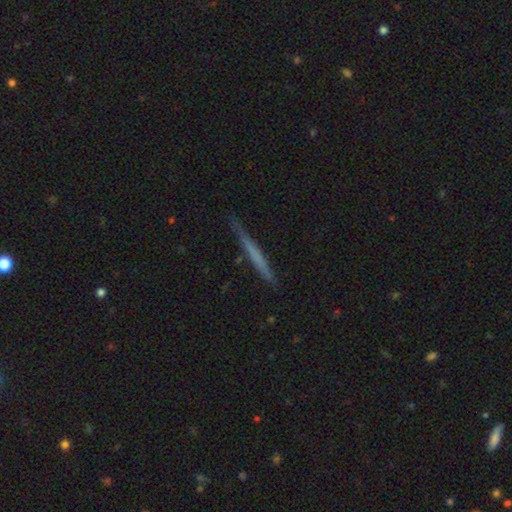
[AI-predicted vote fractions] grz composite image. It shows a smooth galaxy with no disk features (50%) that is cigar-shaped (97%). Merging: none (85%).